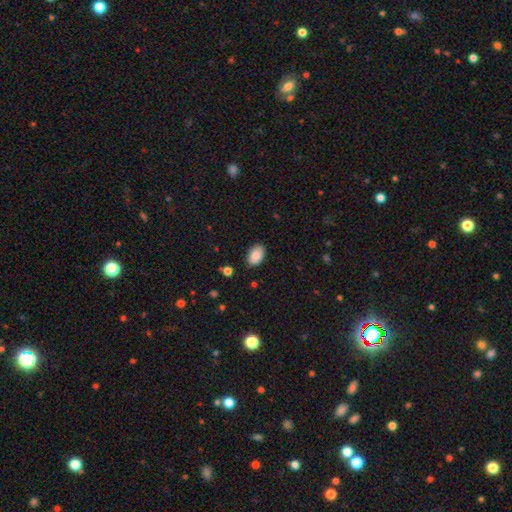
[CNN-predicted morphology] This is clearly a smooth galaxy (87%). How rounded: clearly in between (93%). Merging: clearly none (86%).